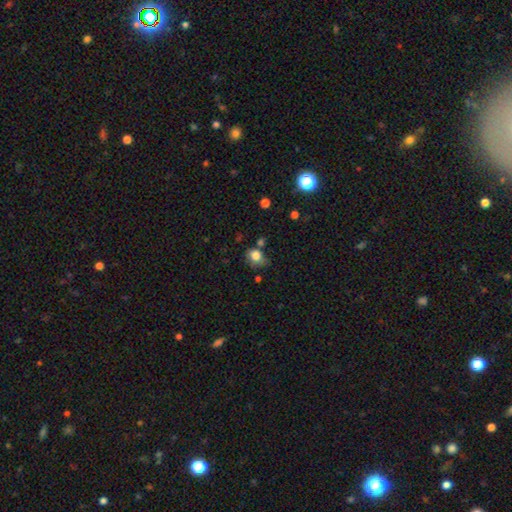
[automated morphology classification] Q: Smooth or featured?
A: smooth (80%); runner-up: star or artifact (10%)
Q: How rounded?
A: round (56%); runner-up: in between (43%)
Q: Merging?
A: none (45%); runner-up: minor disturbance (31%)